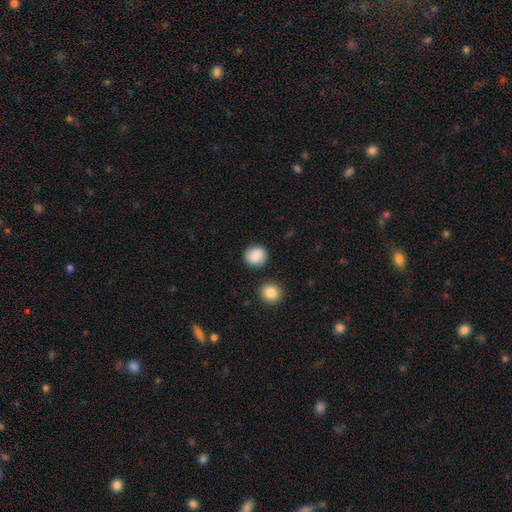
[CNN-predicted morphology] type=smooth (86%); roundness=round (89%); merging=none (85%).